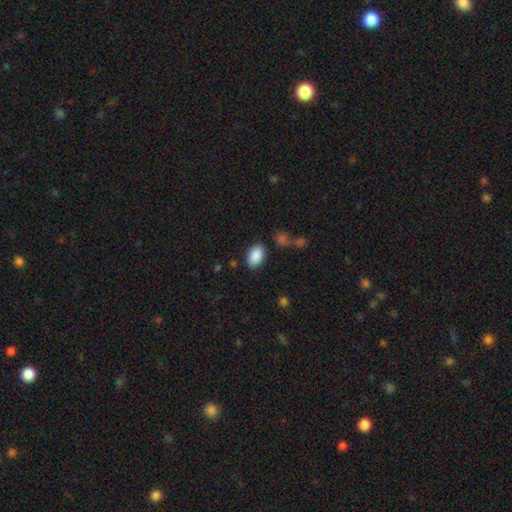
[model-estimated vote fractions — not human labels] A smooth galaxy with no disk features (89%) that is in between round and cigar-shaped (92%). Merging: none (84%).